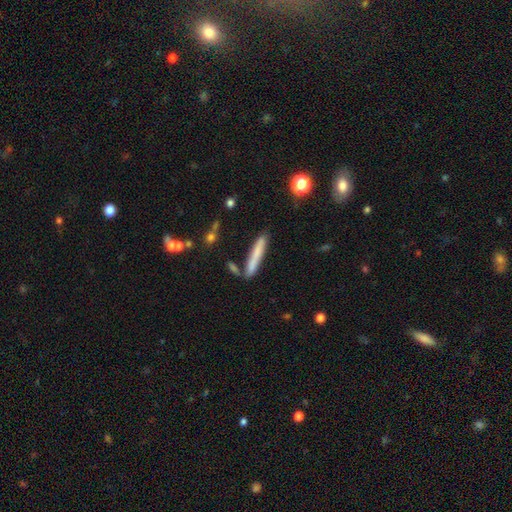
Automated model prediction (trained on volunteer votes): smooth-or-featured: smooth: 69% | featured or disk: 23% | star or artifact: 8%
  how-rounded: cigar-shaped: 94% | in between: 4% | round: 2%
  merging: none: 78% | minor disturbance: 12% | merger: 6% | major disturbance: 3%